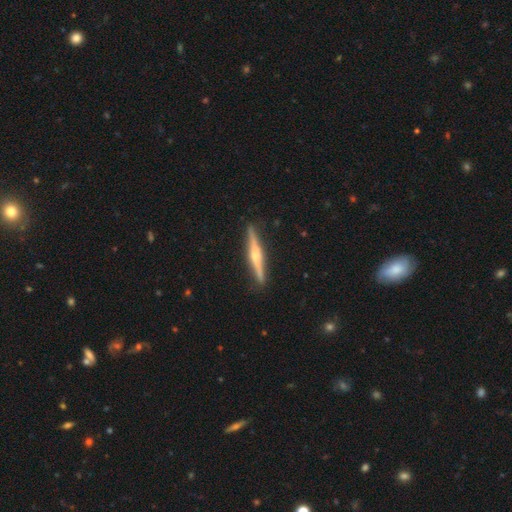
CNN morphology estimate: type=featured or disk (74%); edge-on=yes (98%); edge-on bulge=rounded (84%); merging=none (90%).